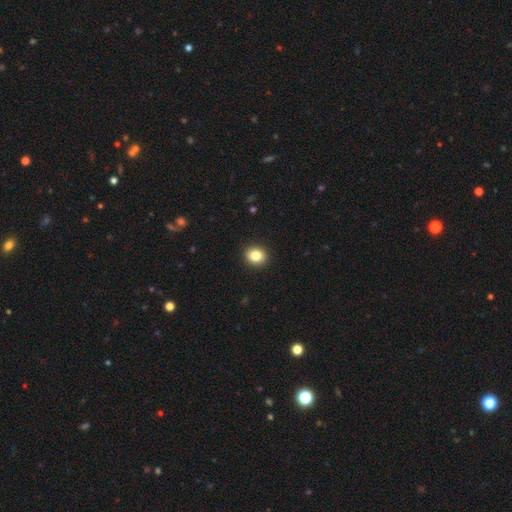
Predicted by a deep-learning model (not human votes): Smooth or featured? Predicted: smooth (p=0.84). How rounded? Predicted: round (p=0.69). Merging? Predicted: none (p=0.91).